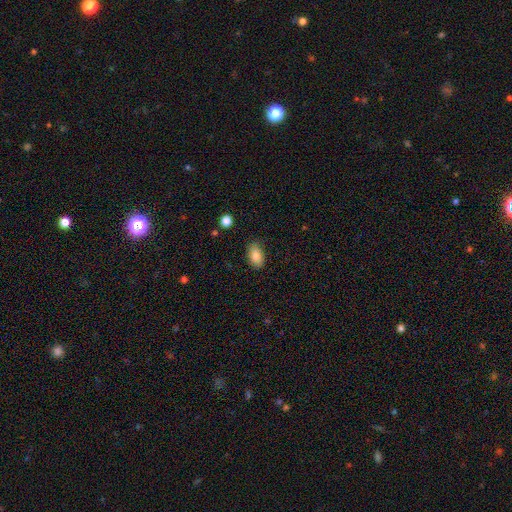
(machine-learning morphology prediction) type=smooth (86%); roundness=in between (92%); merging=none (82%).